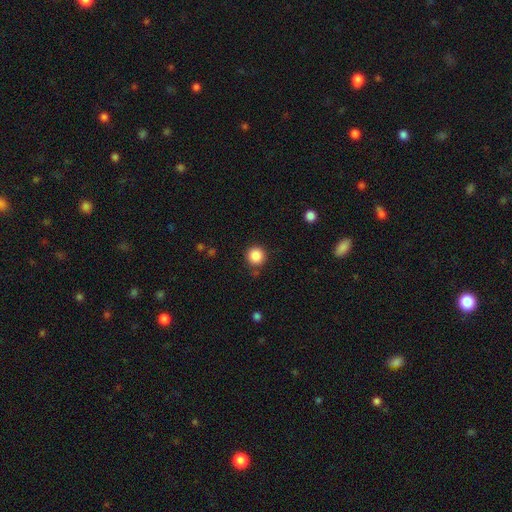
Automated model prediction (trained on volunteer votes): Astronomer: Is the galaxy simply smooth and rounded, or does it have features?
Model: smooth — 87%.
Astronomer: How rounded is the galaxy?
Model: round — 95%.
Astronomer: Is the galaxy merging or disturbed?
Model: none — 87%.